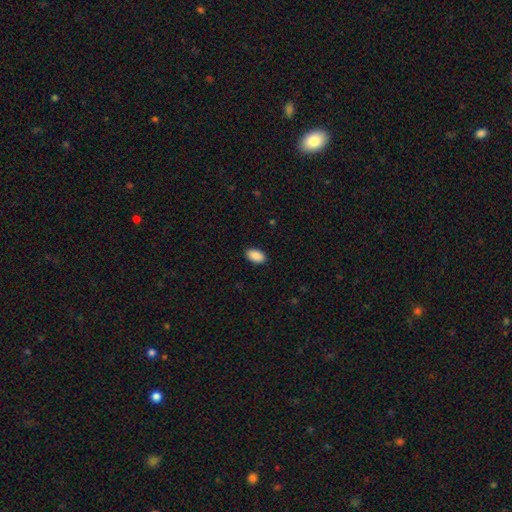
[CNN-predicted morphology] This appears to be a smooth galaxy with no disk features (91%) that is in between round and cigar-shaped (94%). Merging: none (90%).